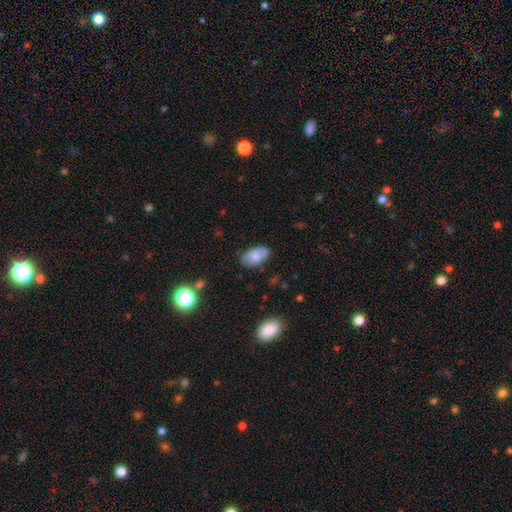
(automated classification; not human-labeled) Smooth or featured? smooth (71%)
How rounded? in between (94%)
Merging? none (76%)